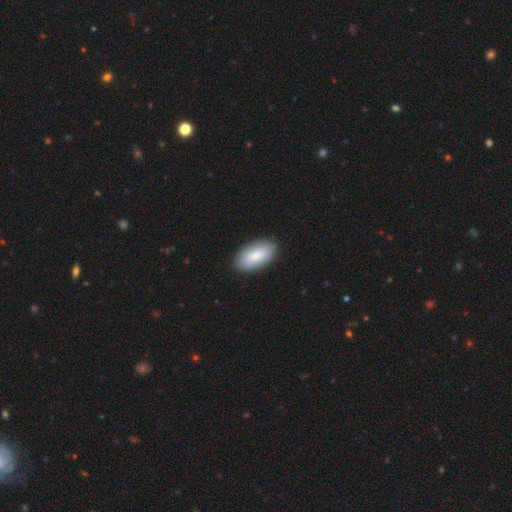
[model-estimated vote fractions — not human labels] Smooth or featured? smooth (86%)
How rounded? in between (94%)
Merging? none (88%)